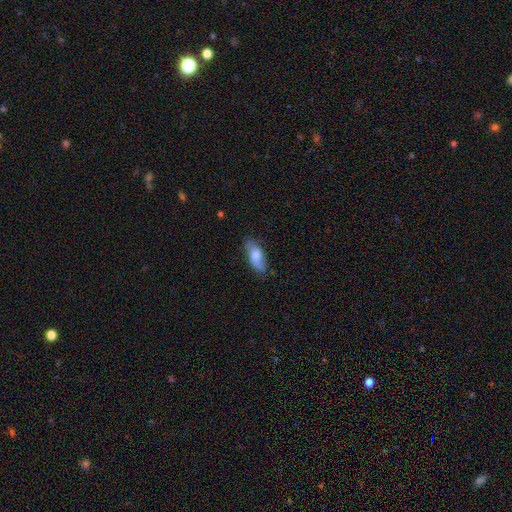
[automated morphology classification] Smooth or featured: smooth — 68% (featured or disk — 25%)
How rounded: in between — 79% (cigar-shaped — 18%)
Merging: none — 73% (minor disturbance — 21%)